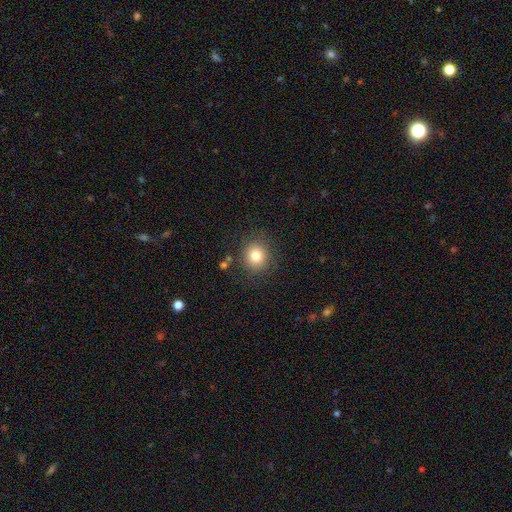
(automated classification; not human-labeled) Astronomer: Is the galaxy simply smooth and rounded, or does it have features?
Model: smooth — 80%.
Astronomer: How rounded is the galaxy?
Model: round — 87%.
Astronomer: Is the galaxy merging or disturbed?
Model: none — 85%.